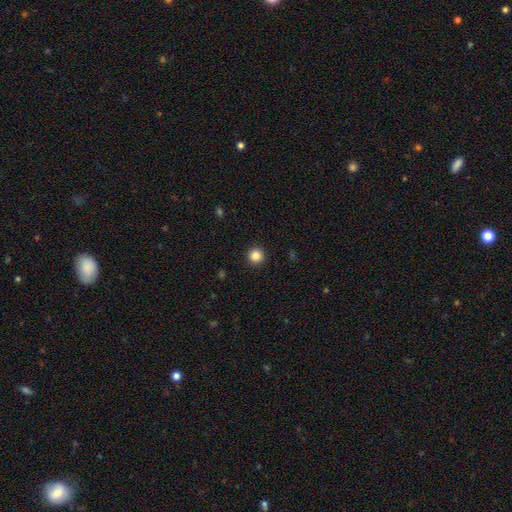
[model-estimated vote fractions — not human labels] Morphology: type=smooth (86%); roundness=round (96%); merging=none (93%).